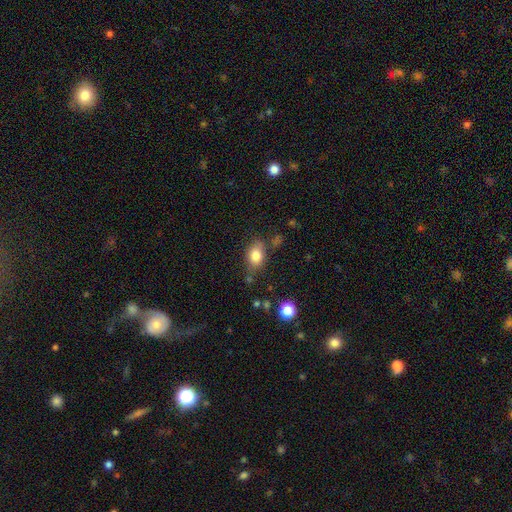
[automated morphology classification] The model was most divided on "how rounded": in between: 72%, round: 26%, cigar-shaped: 2%. More confident: smooth or featured — smooth (81%); merging — none (69%).